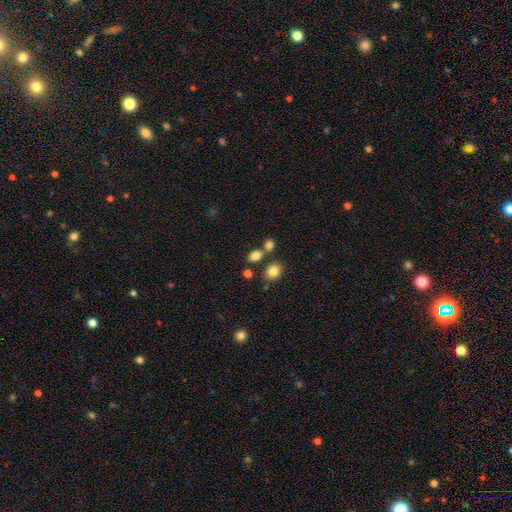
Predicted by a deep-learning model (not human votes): smooth_or_featured: smooth (p=0.81) [alt: star or artifact p=0.12]
how_rounded: in between (p=0.67) [alt: round p=0.31]
merging: none (p=0.64) [alt: merger p=0.22]